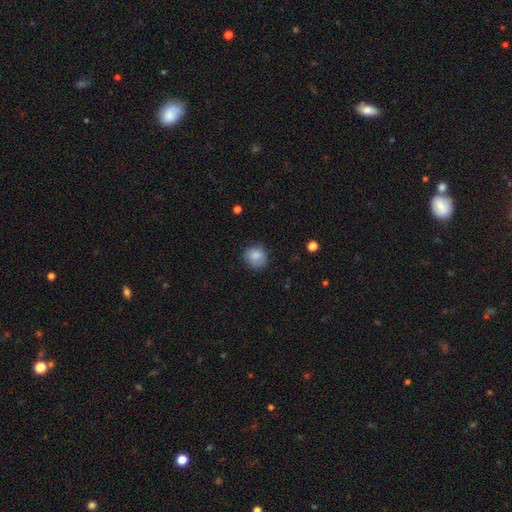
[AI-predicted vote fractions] The model was most divided on "merging": none: 77%, minor disturbance: 18%, major disturbance: 4%, merger: 1%. More confident: how rounded — round (86%); smooth or featured — smooth (84%).